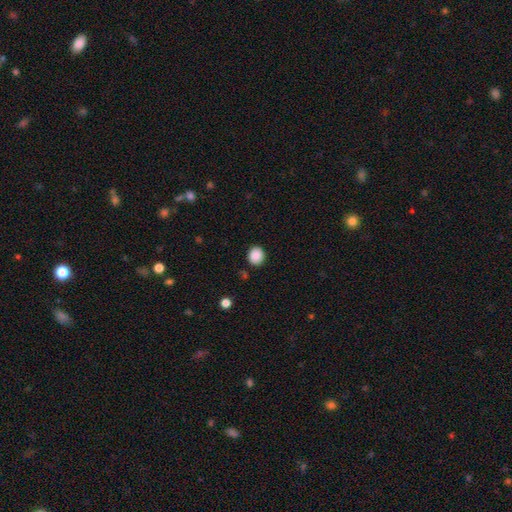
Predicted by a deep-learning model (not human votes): Overall: smooth (88%). How rounded: round (78%). Merging: none (89%).